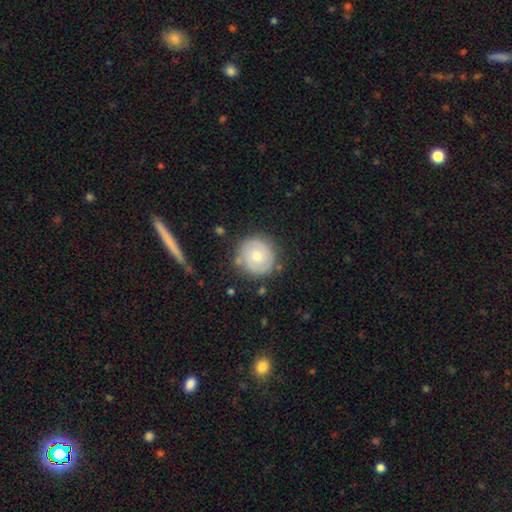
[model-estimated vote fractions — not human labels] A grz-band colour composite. It shows a smooth galaxy with no disk features (47%). Merging: none (81%).